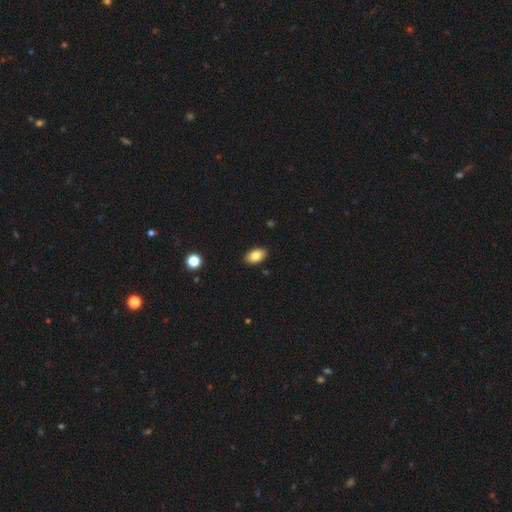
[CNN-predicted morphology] Smooth or featured: smooth — 83% (featured or disk — 9%)
How rounded: in between — 92% (round — 7%)
Merging: none — 89% (minor disturbance — 8%)